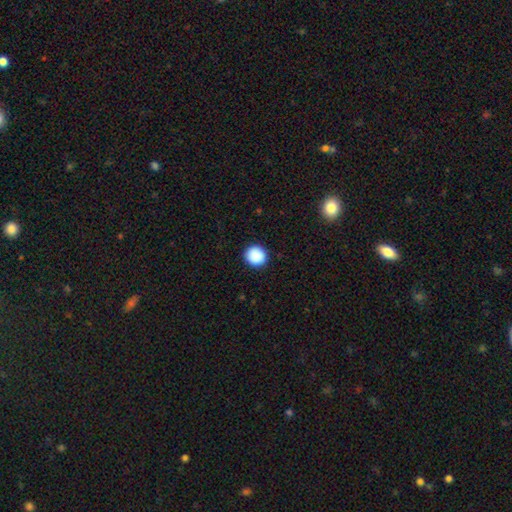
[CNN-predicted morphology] Smooth or featured? smooth (90%)
How rounded? round (92%)
Merging? none (92%)